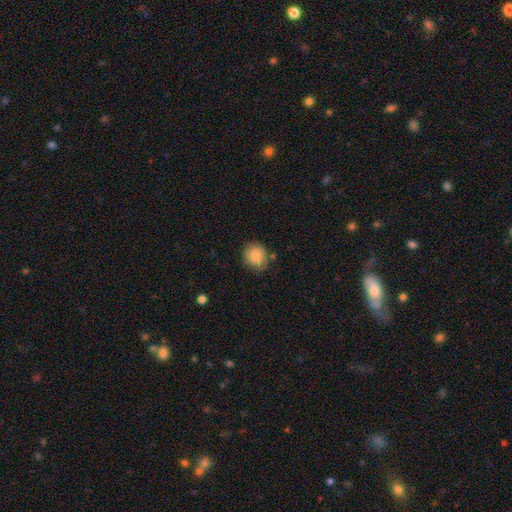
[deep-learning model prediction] This is clearly a smooth galaxy (84%). How rounded: likely round (74%). Merging: likely none (79%).